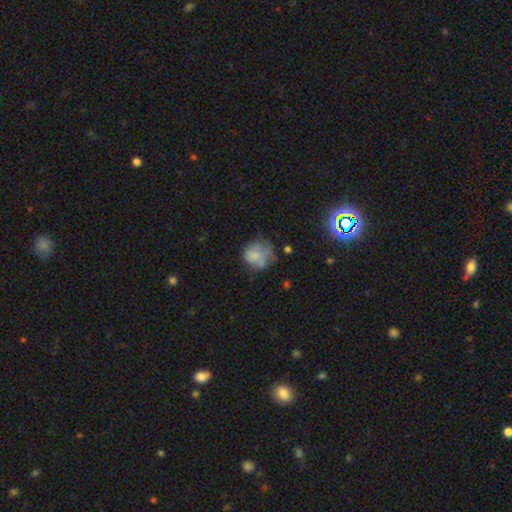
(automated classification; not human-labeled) smooth_or_featured: smooth (p=0.69) [alt: featured or disk p=0.20]
how_rounded: round (p=0.71) [alt: in between p=0.29]
merging: none (p=0.41) [alt: minor disturbance p=0.31]